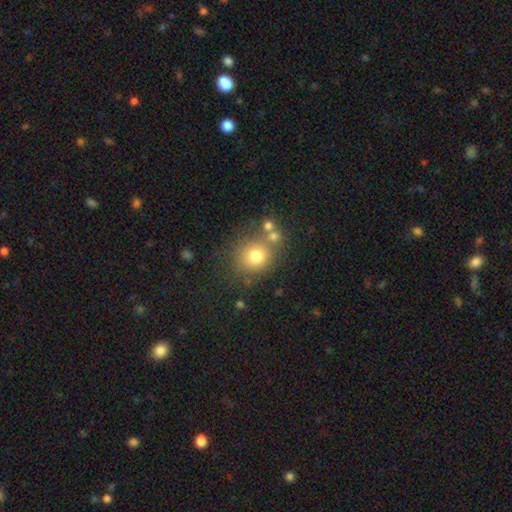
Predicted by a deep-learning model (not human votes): A smooth galaxy with no disk features (75%) that is round (83%).

Vote fractions:
- Smooth or featured? smooth: 75% / star or artifact: 14% / featured or disk: 11%
- How rounded? round: 83% / in between: 16% / cigar-shaped: 1%
- Merging? none: 66% / merger: 17% / minor disturbance: 12% / major disturbance: 5%